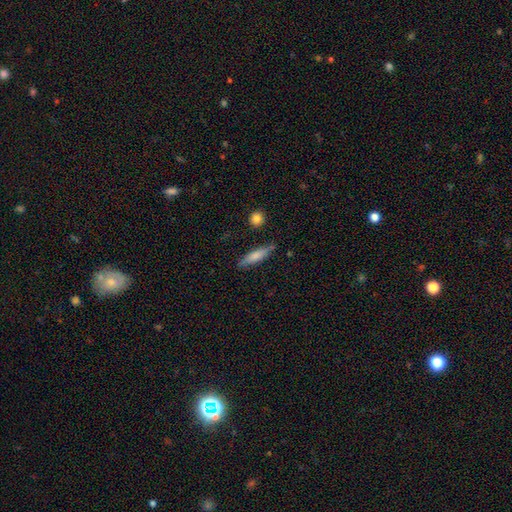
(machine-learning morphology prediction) Smooth or featured: smooth — 71% (featured or disk — 23%)
How rounded: cigar-shaped — 77% (in between — 21%)
Merging: none — 79% (minor disturbance — 14%)